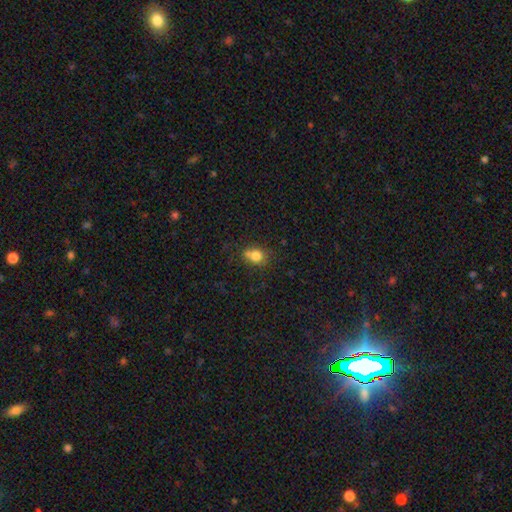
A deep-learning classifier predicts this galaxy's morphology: The model was most divided on "how rounded": round: 59%, in between: 40%, cigar-shaped: 1%. More confident: smooth or featured — smooth (77%); merging — none (54%).